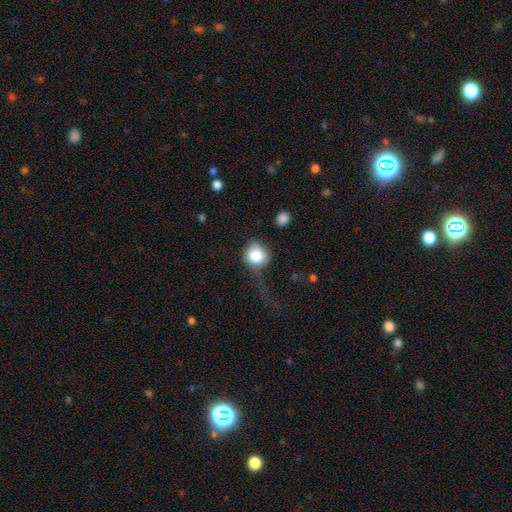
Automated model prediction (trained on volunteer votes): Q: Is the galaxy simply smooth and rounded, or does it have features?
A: smooth — 81%.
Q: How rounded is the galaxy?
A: round — 81%.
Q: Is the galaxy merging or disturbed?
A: none — 43%.